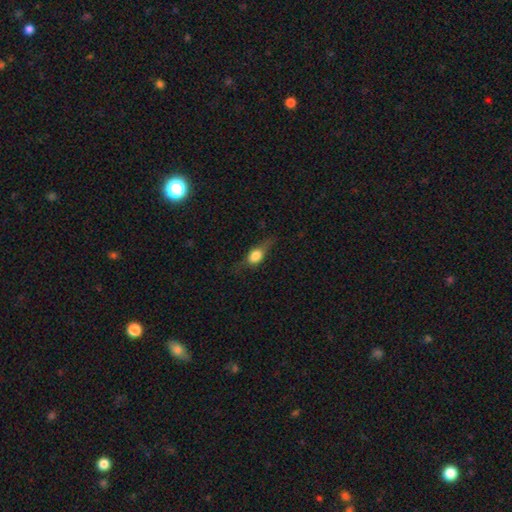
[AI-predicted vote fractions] This is likely a smooth galaxy (61%). How rounded: possibly in between (58%). Merging: possibly none (56%).